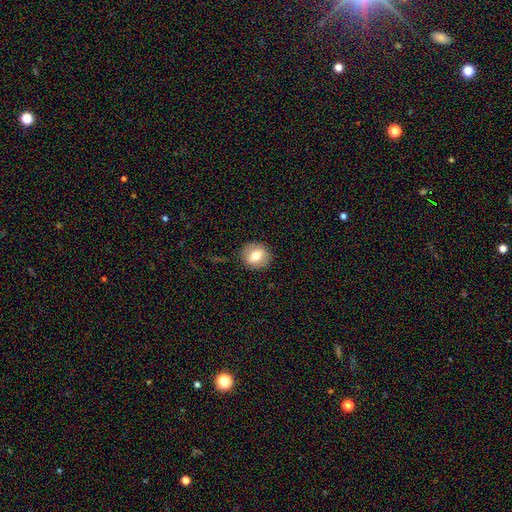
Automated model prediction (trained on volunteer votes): This is likely a smooth galaxy (70%). How rounded: likely round (78%). Merging: clearly none (89%).